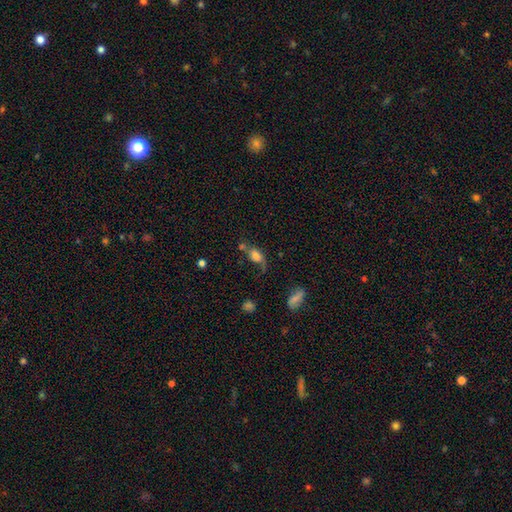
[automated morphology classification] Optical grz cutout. It shows a smooth galaxy with no disk features (64%) that is in between round and cigar-shaped (79%). Merging: none (33%).